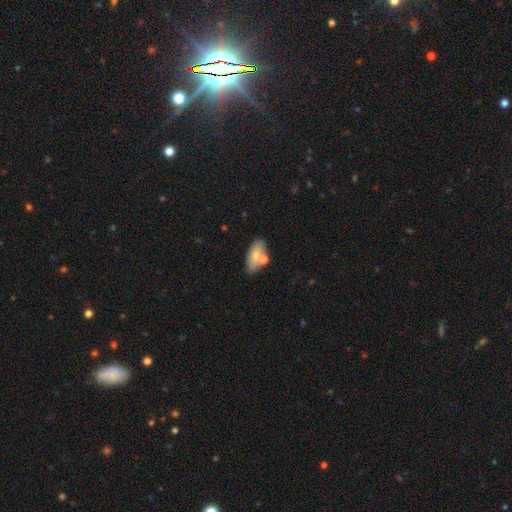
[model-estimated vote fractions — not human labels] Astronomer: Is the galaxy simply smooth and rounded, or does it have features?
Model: smooth — 70%.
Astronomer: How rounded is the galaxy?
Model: in between — 88%.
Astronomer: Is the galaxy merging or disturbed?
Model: none — 63%.